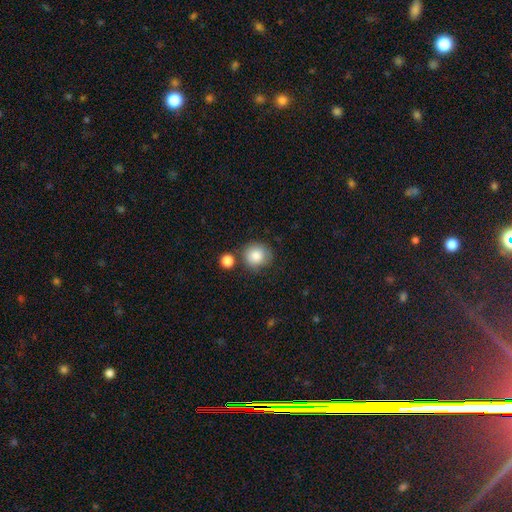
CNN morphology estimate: The model was most divided on "merging": none: 73%, minor disturbance: 14%, merger: 9%, major disturbance: 4%. More confident: how rounded — round (88%); smooth or featured — smooth (84%).